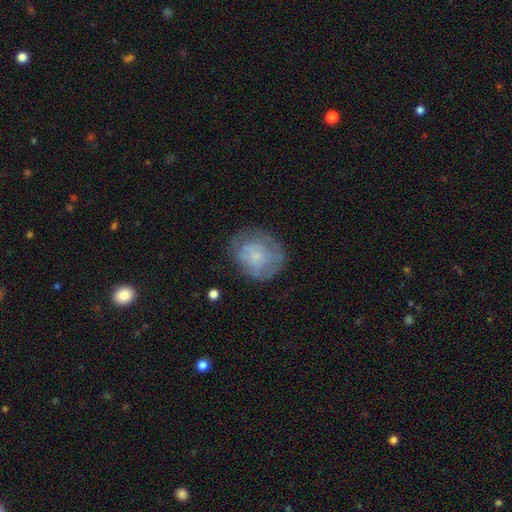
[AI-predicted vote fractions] This is possibly a smooth galaxy (50%). Merging: likely none (64%).